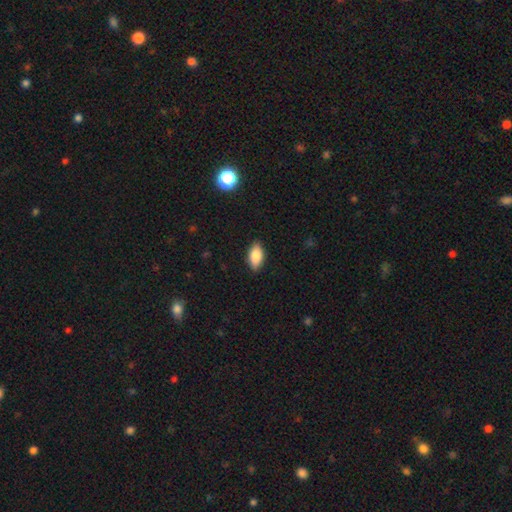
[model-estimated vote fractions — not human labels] Q: Smooth or featured?
A: smooth (84%); runner-up: featured or disk (9%)
Q: How rounded?
A: in between (91%); runner-up: cigar-shaped (6%)
Q: Merging?
A: none (88%); runner-up: minor disturbance (9%)